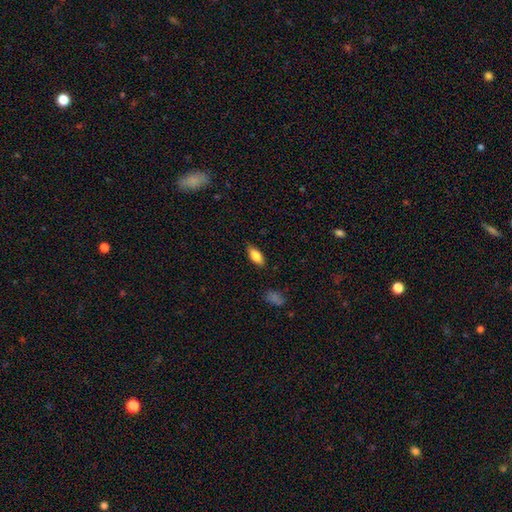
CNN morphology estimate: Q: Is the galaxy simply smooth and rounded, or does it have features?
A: smooth — 82%.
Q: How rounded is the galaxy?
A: in between — 84%.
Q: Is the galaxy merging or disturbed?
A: none — 85%.